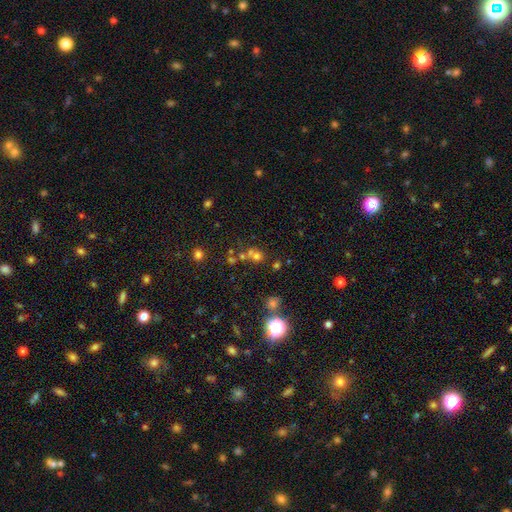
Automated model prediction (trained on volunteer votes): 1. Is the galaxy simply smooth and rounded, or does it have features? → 59% smooth, 27% star or artifact, 15% featured or disk.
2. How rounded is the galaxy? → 82% round, 17% in between, 1% cigar-shaped.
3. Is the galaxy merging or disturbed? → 48% none, 39% merger, 8% minor disturbance, 5% major disturbance.